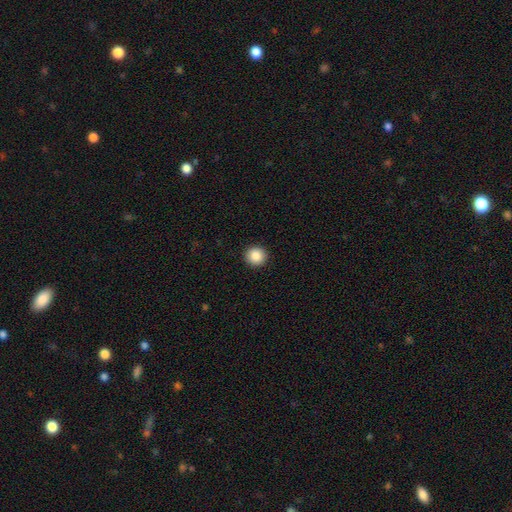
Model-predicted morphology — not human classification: smooth-or-featured: smooth: 87% | star or artifact: 9% | featured or disk: 3%
  how-rounded: round: 94% | in between: 5% | cigar-shaped: 1%
  merging: none: 93% | minor disturbance: 4% | major disturbance: 2% | merger: 1%